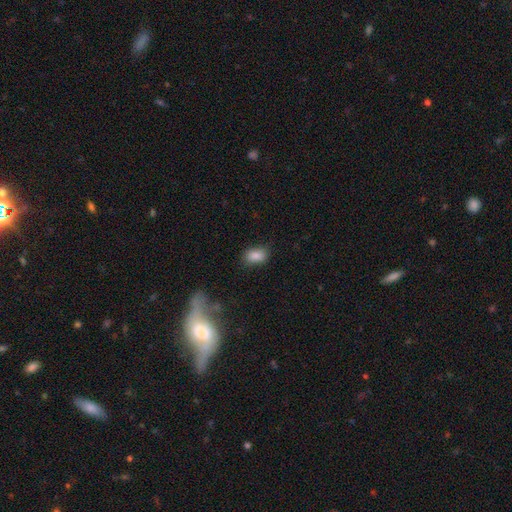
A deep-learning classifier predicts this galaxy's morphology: The model was most divided on "merging": none: 80%, minor disturbance: 14%, major disturbance: 4%, merger: 2%. More confident: smooth or featured — smooth (86%); how rounded — in between (84%).